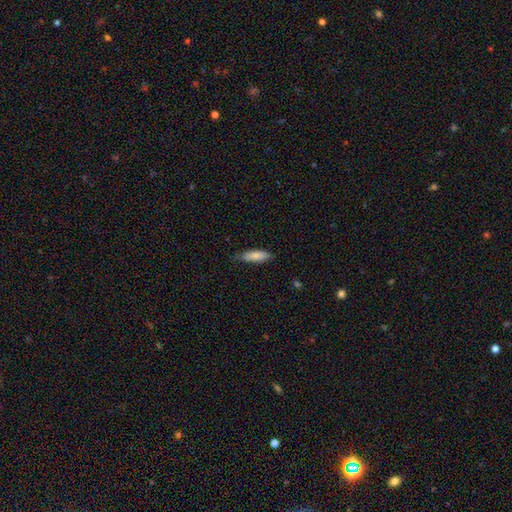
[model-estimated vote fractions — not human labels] This appears to be a smooth galaxy with no disk features (83%) that is cigar-shaped (51%). Merging: none (77%).